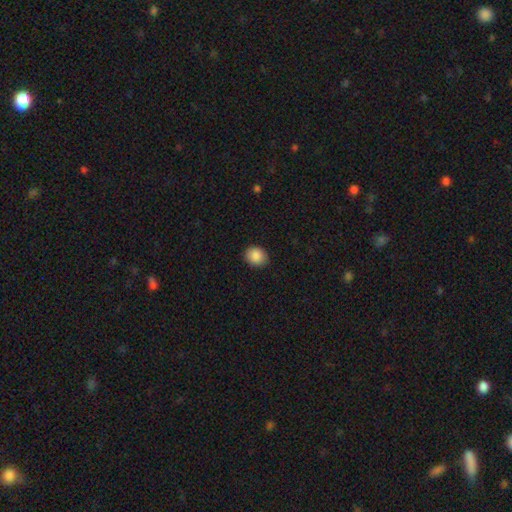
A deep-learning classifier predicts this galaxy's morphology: Smooth or featured? Predicted: smooth (p=0.88). How rounded? Predicted: round (p=0.63). Merging? Predicted: none (p=0.89).